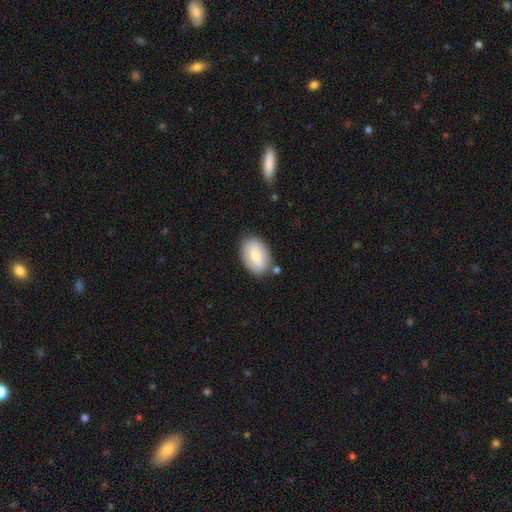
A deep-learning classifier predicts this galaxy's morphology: smooth 68%, featured or disk 26%, star or artifact 6%. Down the decision tree: how rounded — in between (88%); merging — none (79%).